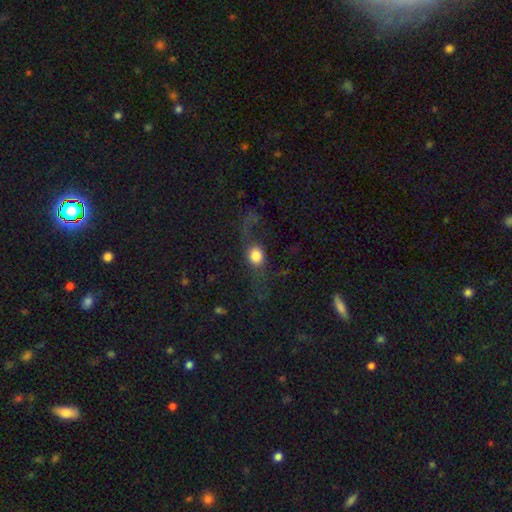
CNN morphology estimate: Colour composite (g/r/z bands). It shows a smooth galaxy with no disk features (57%) that is round (70%). Merging: none (48%).